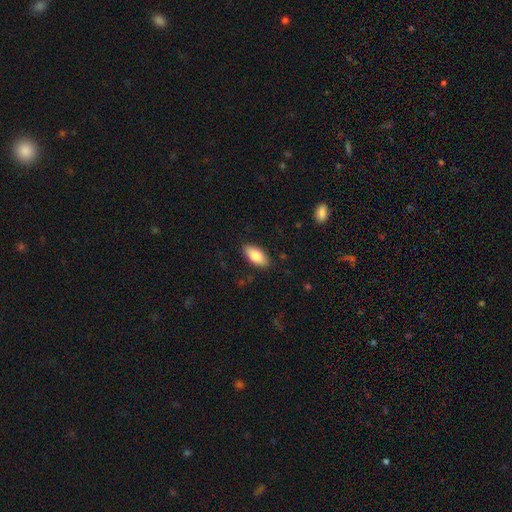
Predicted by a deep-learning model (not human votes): Overall: smooth (84%). How rounded: in between (91%). Merging: none (87%).